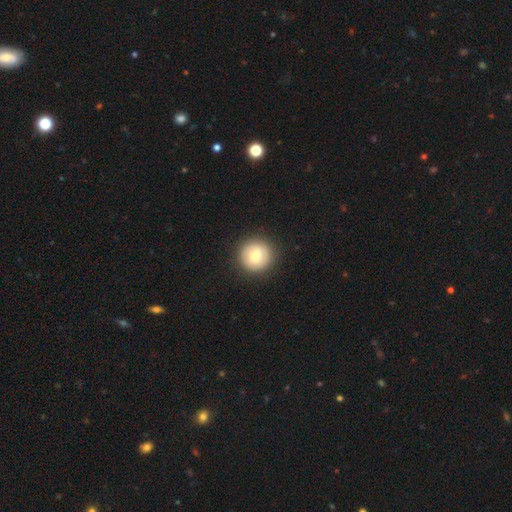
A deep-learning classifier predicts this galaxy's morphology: Smooth or featured?
  - smooth: 78% *
  - featured or disk: 13%
  - star or artifact: 8%
How rounded?
  - round: 95% *
  - in between: 4%
  - cigar-shaped: 1%
Merging?
  - none: 91% *
  - minor disturbance: 6%
  - major disturbance: 2%
  - merger: 1%